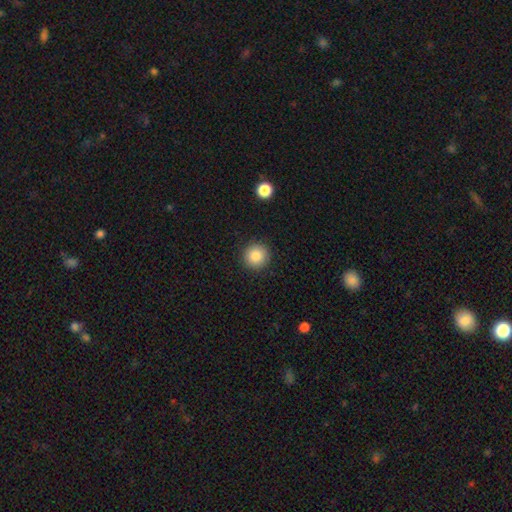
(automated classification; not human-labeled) The model was most divided on "smooth or featured": smooth: 85%, star or artifact: 9%, featured or disk: 5%. More confident: how rounded — round (94%); merging — none (91%).